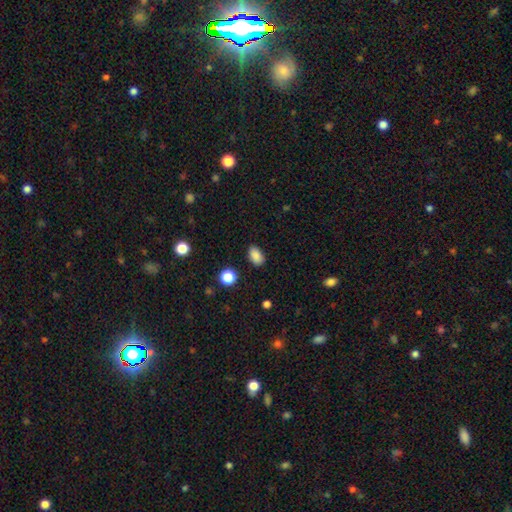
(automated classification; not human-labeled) Smooth or featured? Predicted: smooth (p=0.87). How rounded? Predicted: in between (p=0.88). Merging? Predicted: none (p=0.87).